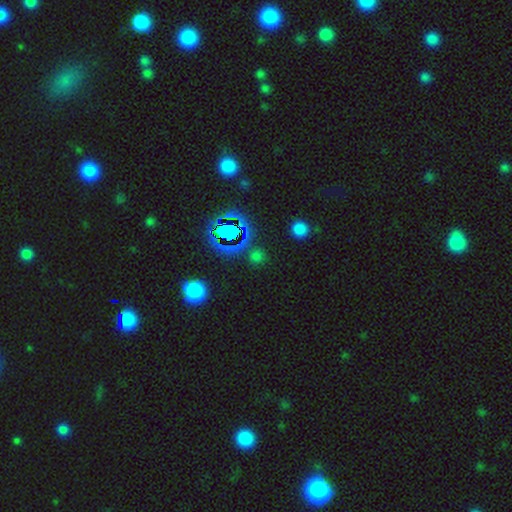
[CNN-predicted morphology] Smooth or featured?
  - star or artifact: 48% *
  - smooth: 44%
  - featured or disk: 8%